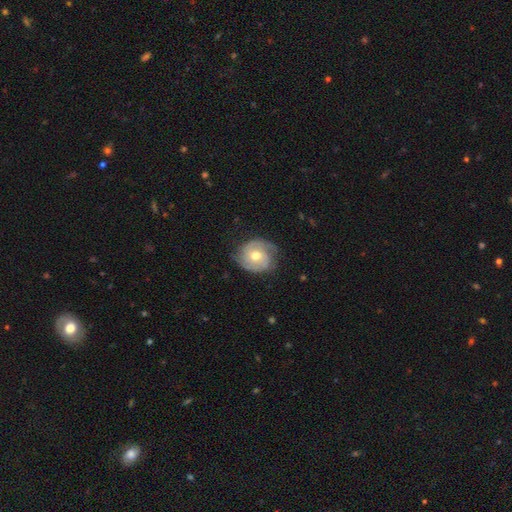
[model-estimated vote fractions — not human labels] Smooth or featured? featured or disk (79%)
Edge-on disk? no (97%)
Bar? no (72%)
Spiral arms? yes (94%)
Spiral winding? tight (54%)
Spiral arm count? 2 (70%)
Bulge size? moderate (74%)
Merging? none (72%)